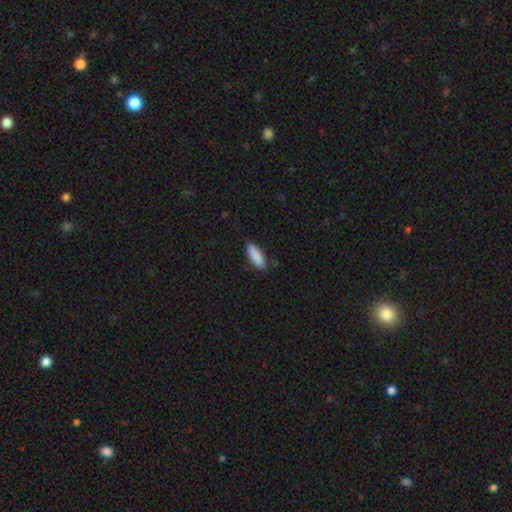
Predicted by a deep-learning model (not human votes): This is clearly a smooth galaxy (89%). How rounded: likely in between (63%). Merging: clearly none (81%).